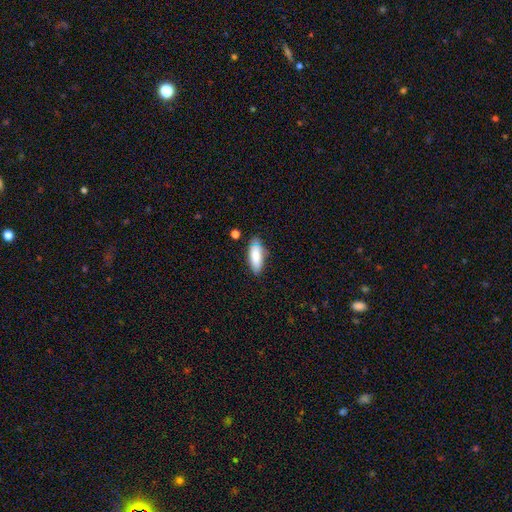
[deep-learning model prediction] A smooth galaxy with no disk features (84%) that is in between round and cigar-shaped (75%).

Vote fractions:
- Smooth or featured? smooth: 84% / featured or disk: 10% / star or artifact: 6%
- How rounded? in between: 75% / cigar-shaped: 23% / round: 2%
- Merging? none: 75% / minor disturbance: 19% / major disturbance: 4% / merger: 3%